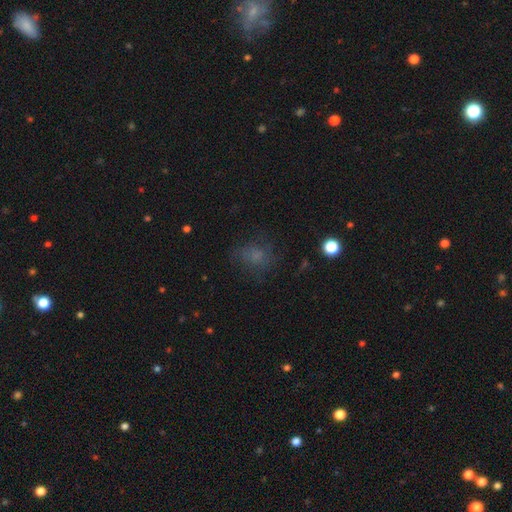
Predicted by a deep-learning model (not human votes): A smooth galaxy with no disk features (60%) that is round (61%). Merging: none (64%).